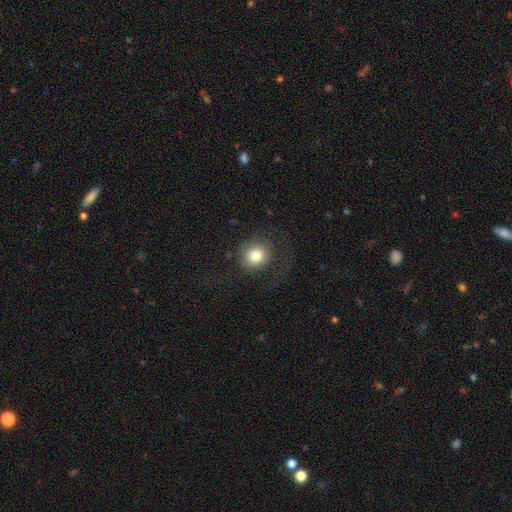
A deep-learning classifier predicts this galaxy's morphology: Smooth or featured?
  - smooth: 79% *
  - featured or disk: 11%
  - star or artifact: 10%
How rounded?
  - round: 88% *
  - in between: 11%
  - cigar-shaped: 1%
Merging?
  - none: 68% *
  - major disturbance: 17%
  - minor disturbance: 13%
  - merger: 1%